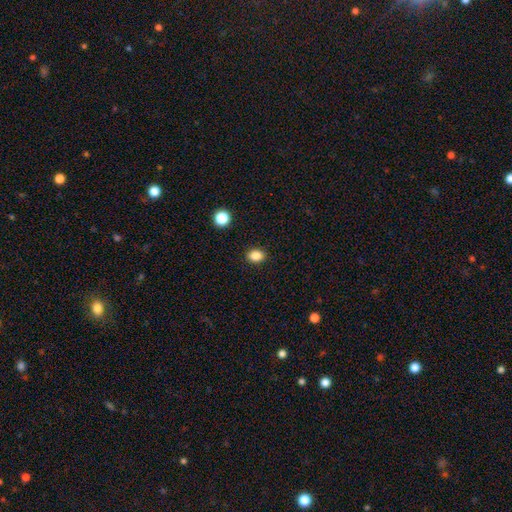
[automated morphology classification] Q: Smooth or featured?
A: smooth (86%); runner-up: star or artifact (10%)
Q: How rounded?
A: in between (65%); runner-up: round (34%)
Q: Merging?
A: none (90%); runner-up: minor disturbance (7%)